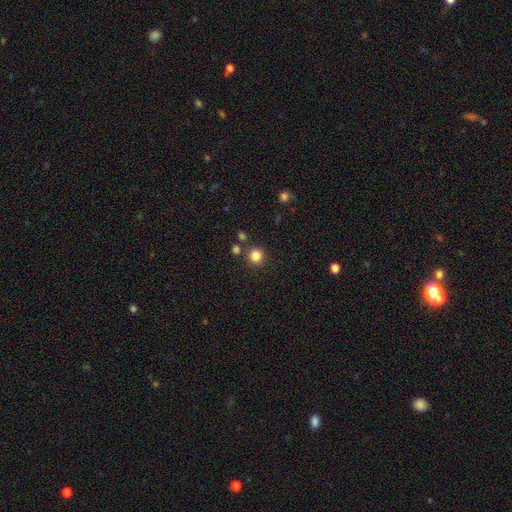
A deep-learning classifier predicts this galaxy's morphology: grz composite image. It shows a smooth galaxy with no disk features (83%) that is round (91%). Merging: none (84%).